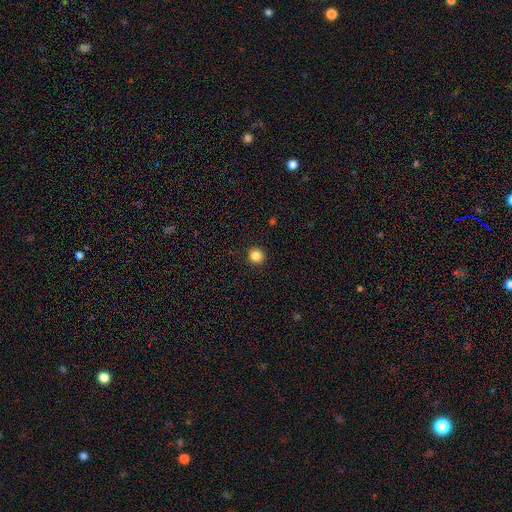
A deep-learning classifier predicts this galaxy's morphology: Smooth or featured? smooth (86%)
How rounded? round (94%)
Merging? none (92%)